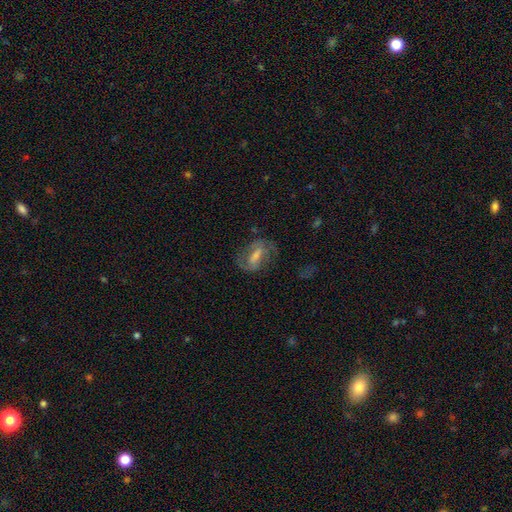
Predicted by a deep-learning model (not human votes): smooth_or_featured: featured or disk (p=0.60) [alt: smooth p=0.31]
disk_edge_on: no (p=0.93) [alt: yes p=0.07]
bar: strong (p=0.42) [alt: weak p=0.39]
has_spiral_arms: yes (p=0.75) [alt: no p=0.25]
bulge_size: moderate (p=0.38) [alt: small p=0.34]
merging: none (p=0.61) [alt: minor disturbance p=0.20]